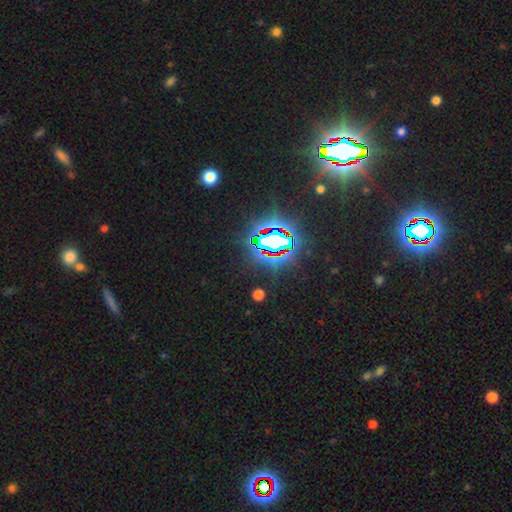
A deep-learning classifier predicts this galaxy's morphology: Q: Smooth or featured?
A: star or artifact (84%); runner-up: smooth (9%)